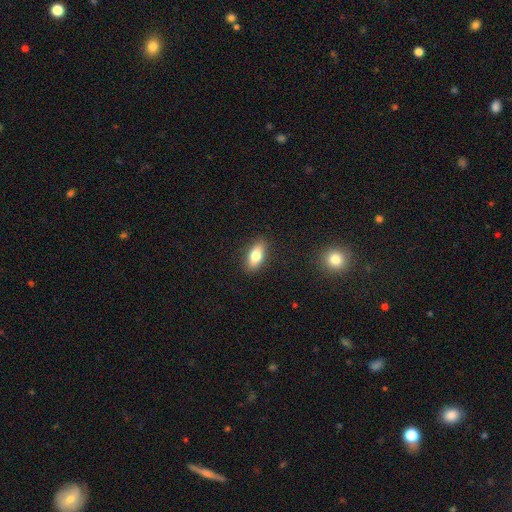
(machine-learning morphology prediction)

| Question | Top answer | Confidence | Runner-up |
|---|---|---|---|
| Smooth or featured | smooth | 76% | featured or disk (17%) |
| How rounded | in between | 83% | cigar-shaped (13%) |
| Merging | none | 88% | minor disturbance (9%) |